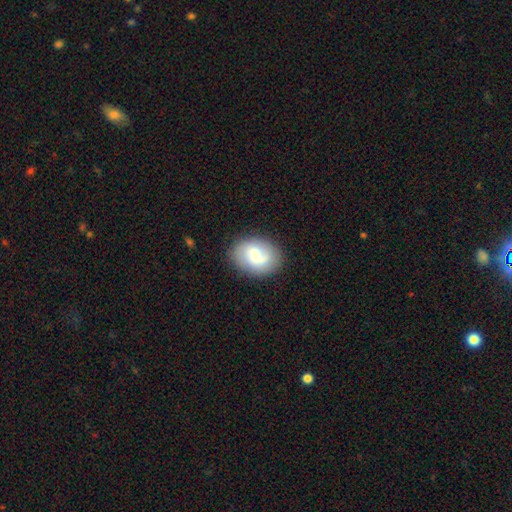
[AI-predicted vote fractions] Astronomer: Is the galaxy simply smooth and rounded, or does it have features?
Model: featured or disk — 48% (runner-up: smooth, 45%).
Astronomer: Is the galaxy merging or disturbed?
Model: none — 83%.